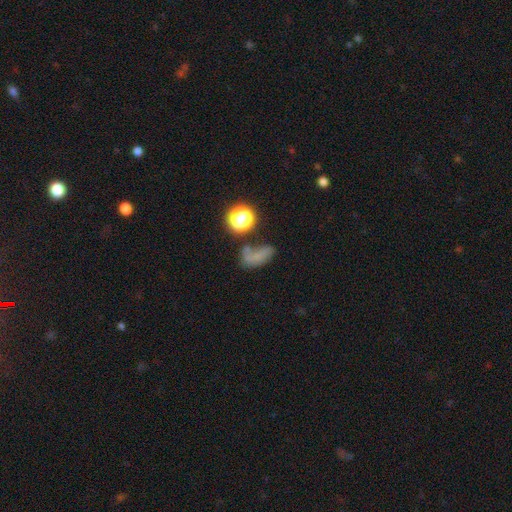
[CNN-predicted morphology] type=smooth (55%); roundness=in between (72%); merging=none (34%).